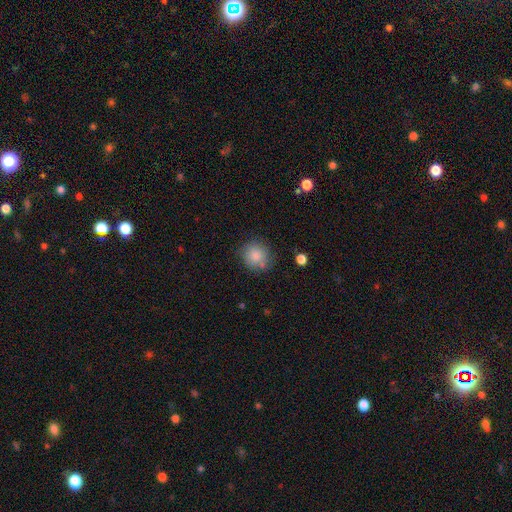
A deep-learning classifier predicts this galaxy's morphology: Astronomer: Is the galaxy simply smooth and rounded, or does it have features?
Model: smooth — 84%.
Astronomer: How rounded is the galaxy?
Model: round — 88%.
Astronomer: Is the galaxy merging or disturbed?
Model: none — 72%.